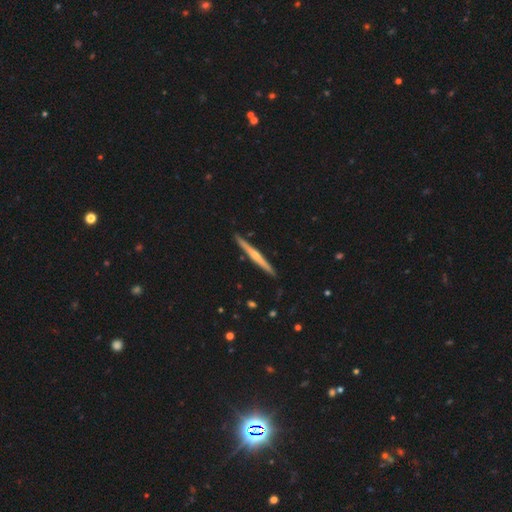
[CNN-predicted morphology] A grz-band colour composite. It shows a featured or disk galaxy (65%) viewed edge-on (98%) with a rounded central bulge (63%). Merging: none (92%).